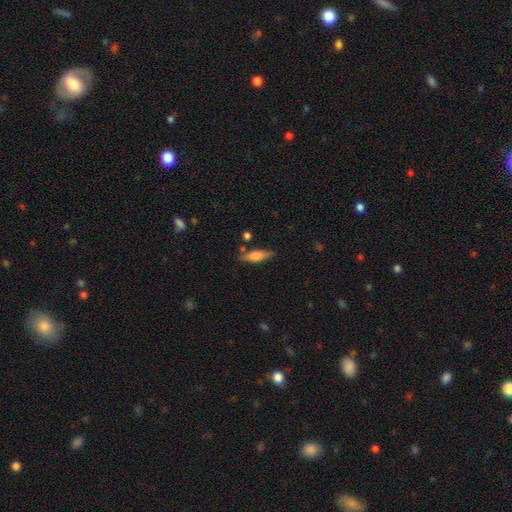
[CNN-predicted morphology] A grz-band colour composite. It shows a smooth galaxy with no disk features (60%) that is cigar-shaped (58%). Merging: none (79%).